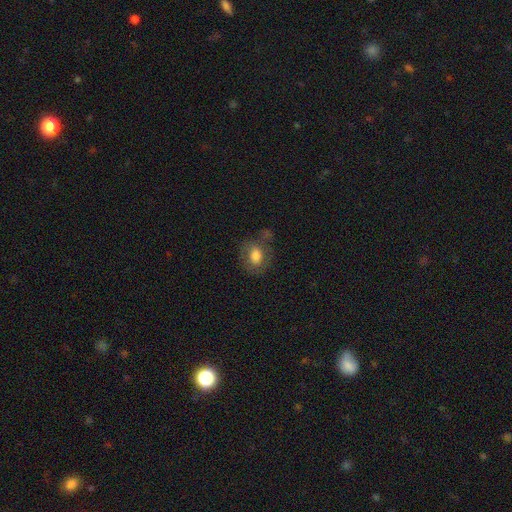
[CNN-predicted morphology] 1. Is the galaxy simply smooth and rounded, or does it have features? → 71% smooth, 20% featured or disk, 9% star or artifact.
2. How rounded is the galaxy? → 52% in between, 47% round, 1% cigar-shaped.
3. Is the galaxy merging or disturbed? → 63% none, 20% minor disturbance, 11% major disturbance, 5% merger.